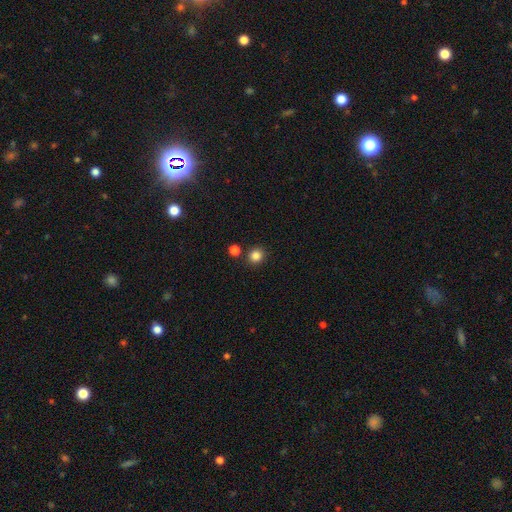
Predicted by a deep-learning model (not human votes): smooth 83%, star or artifact 12%, featured or disk 4%. Down the decision tree: how rounded — round (87%); merging — none (84%).